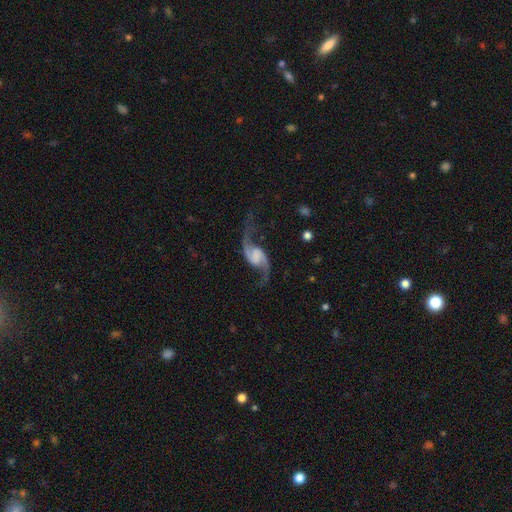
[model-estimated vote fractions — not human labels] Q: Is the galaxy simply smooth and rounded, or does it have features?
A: featured or disk — 91%.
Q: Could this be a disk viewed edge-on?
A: no — 97%.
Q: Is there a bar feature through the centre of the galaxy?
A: weak — 41%.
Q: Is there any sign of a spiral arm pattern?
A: yes — 98%.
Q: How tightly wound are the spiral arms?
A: loose — 84%.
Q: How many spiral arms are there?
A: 2 — 95%.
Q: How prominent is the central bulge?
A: none — 56%.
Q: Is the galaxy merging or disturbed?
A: none — 73%.